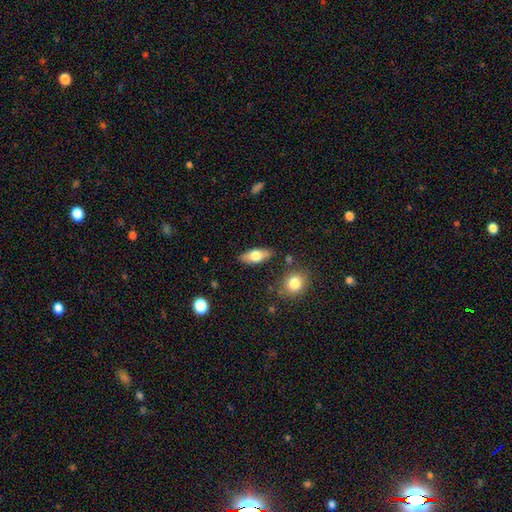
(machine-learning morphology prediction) Q: Smooth or featured?
A: smooth (64%); runner-up: featured or disk (29%)
Q: How rounded?
A: in between (77%); runner-up: cigar-shaped (19%)
Q: Merging?
A: none (83%); runner-up: minor disturbance (11%)